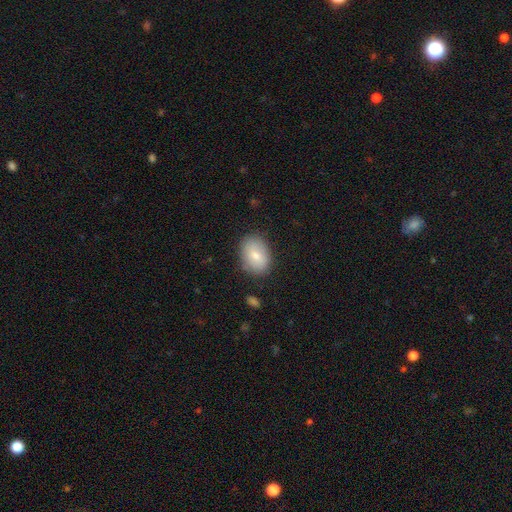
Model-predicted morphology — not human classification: Overall: smooth (78%). How rounded: in between (80%). Merging: none (82%).